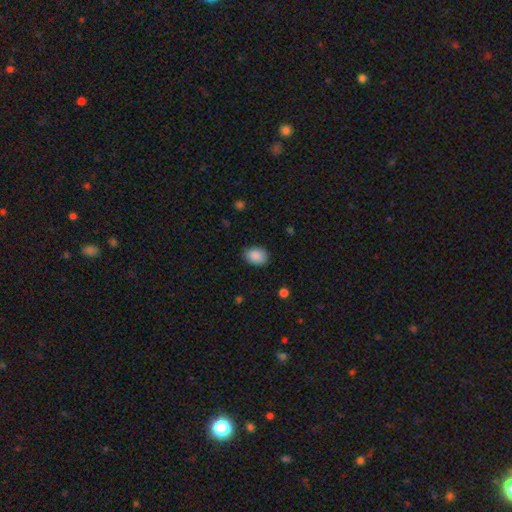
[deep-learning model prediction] This is clearly a smooth galaxy (89%). How rounded: likely in between (74%). Merging: clearly none (82%).